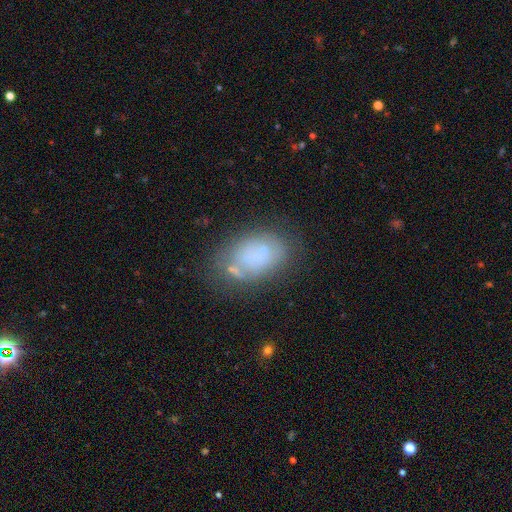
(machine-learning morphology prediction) smooth 60%, featured or disk 28%, star or artifact 12%. Down the decision tree: how rounded — in between (87%); merging — none (52%).